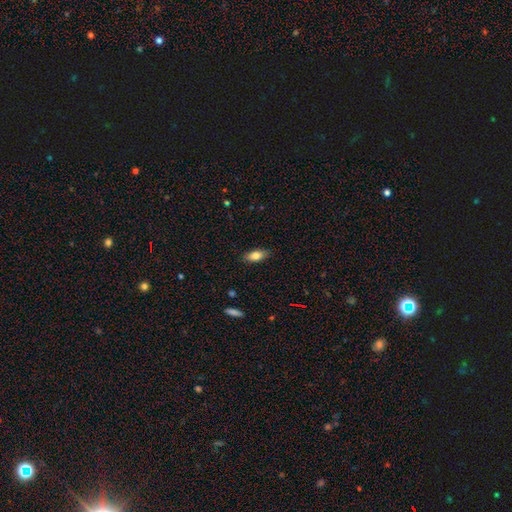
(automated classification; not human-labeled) smooth 78%, featured or disk 14%, star or artifact 8%. Down the decision tree: how rounded — in between (82%); merging — none (86%).